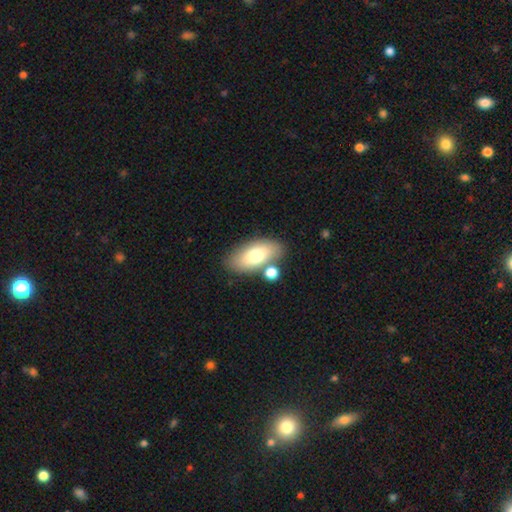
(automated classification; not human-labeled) Smooth or featured?
  - smooth: 72% *
  - featured or disk: 20%
  - star or artifact: 7%
How rounded?
  - in between: 90% *
  - cigar-shaped: 6%
  - round: 5%
Merging?
  - none: 71% *
  - merger: 13%
  - minor disturbance: 12%
  - major disturbance: 4%